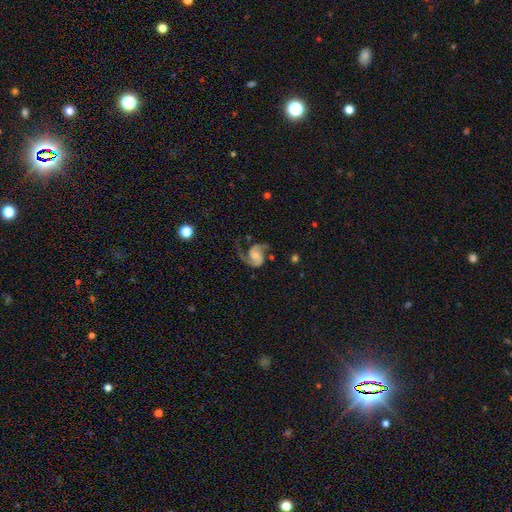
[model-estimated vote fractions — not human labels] Smooth or featured: featured or disk — 86% (smooth — 8%)
Edge-on disk: no — 98% (yes — 2%)
Bar: no — 62% (weak — 30%)
Spiral arms: yes — 97% (no — 3%)
Spiral winding: medium — 48% (loose — 37%)
Spiral arm count: 2 — 85% (1 — 10%)
Bulge size: small — 37% (none — 28%)
Merging: none — 57% (major disturbance — 21%)